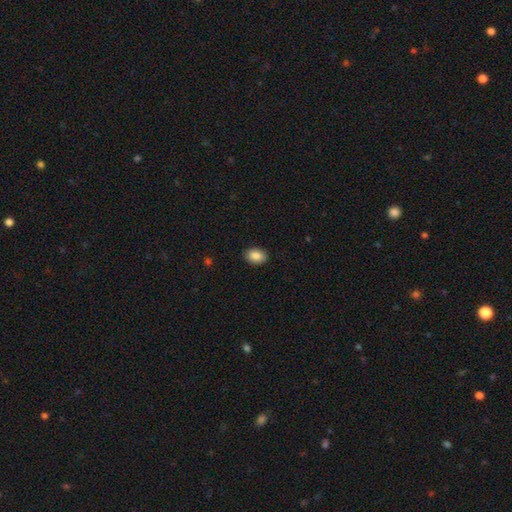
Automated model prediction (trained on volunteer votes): This appears to be a smooth galaxy with no disk features (87%) that is in between round and cigar-shaped (77%). Merging: none (88%).